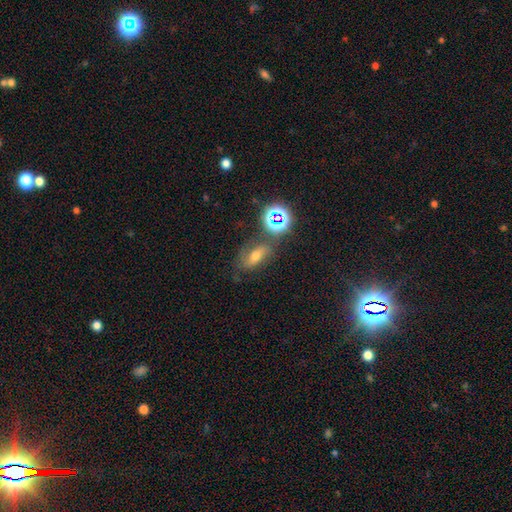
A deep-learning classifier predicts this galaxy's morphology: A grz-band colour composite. It shows a smooth galaxy with no disk features (40%). Merging: none (66%).